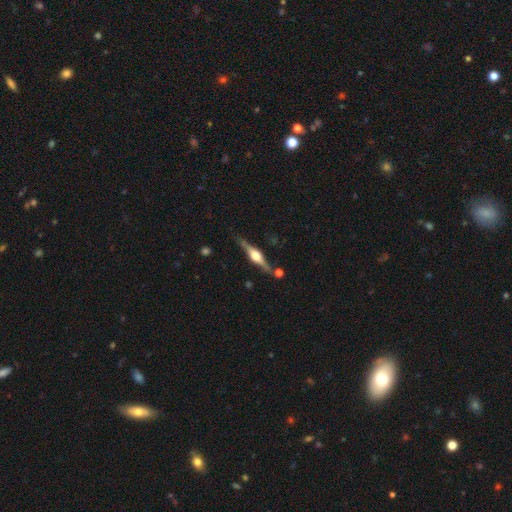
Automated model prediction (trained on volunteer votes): Morphology: type=featured or disk (81%); edge-on=yes (98%); edge-on bulge=rounded (91%); merging=none (80%).